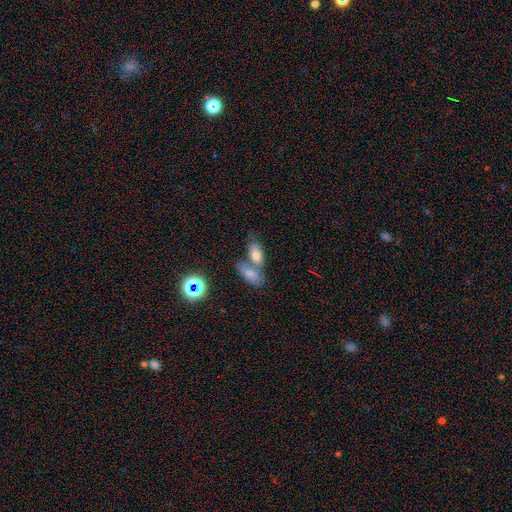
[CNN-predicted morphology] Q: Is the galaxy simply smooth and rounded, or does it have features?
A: smooth — 66%.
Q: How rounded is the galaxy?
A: in between — 84%.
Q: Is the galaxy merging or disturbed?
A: merger — 50%.